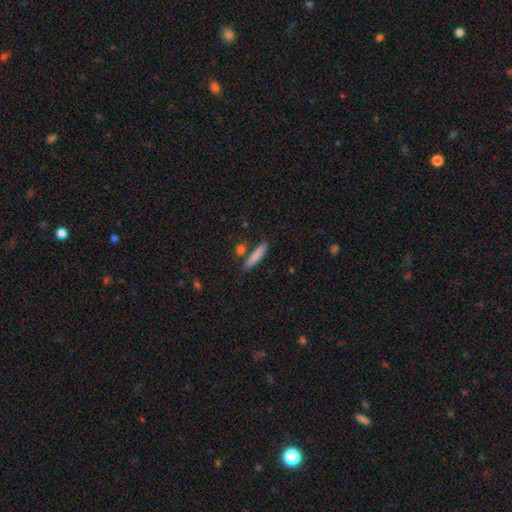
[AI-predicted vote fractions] smooth_or_featured: smooth (p=0.82) [alt: featured or disk p=0.12]
how_rounded: cigar-shaped (p=0.83) [alt: in between p=0.14]
merging: none (p=0.79) [alt: minor disturbance p=0.11]